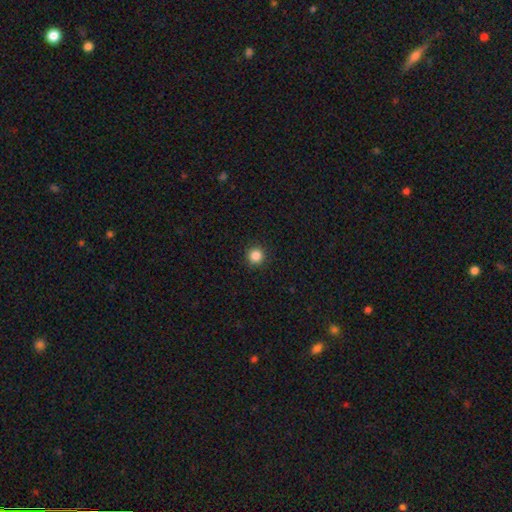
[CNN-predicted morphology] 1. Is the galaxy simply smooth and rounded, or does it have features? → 86% smooth, 11% star or artifact, 3% featured or disk.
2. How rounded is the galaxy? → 95% round, 4% in between, 1% cigar-shaped.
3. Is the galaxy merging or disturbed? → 92% none, 5% minor disturbance, 2% major disturbance, 1% merger.